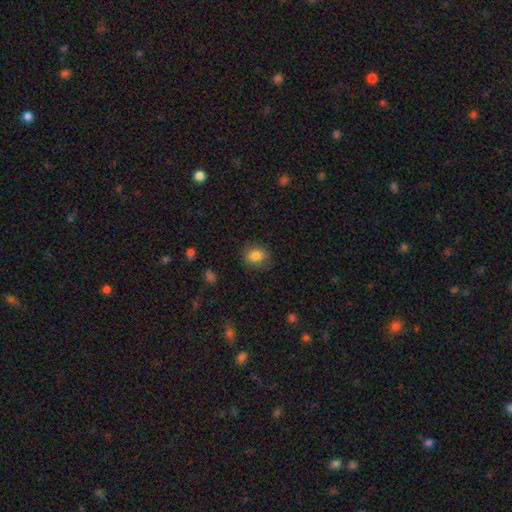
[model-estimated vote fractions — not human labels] This appears to be a smooth galaxy with no disk features (84%) that is round (53%). Merging: none (82%).